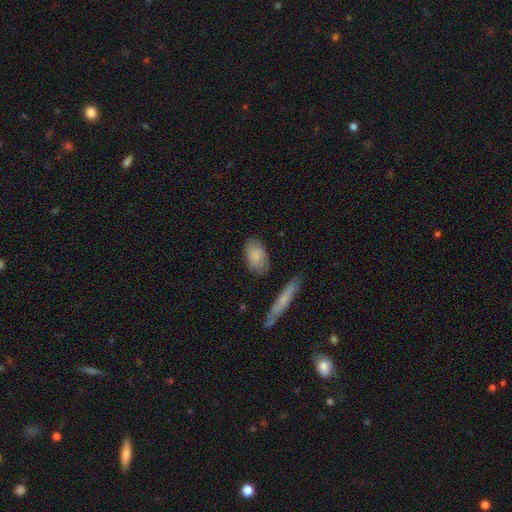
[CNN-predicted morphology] type=smooth (74%); roundness=in between (89%); merging=none (75%).